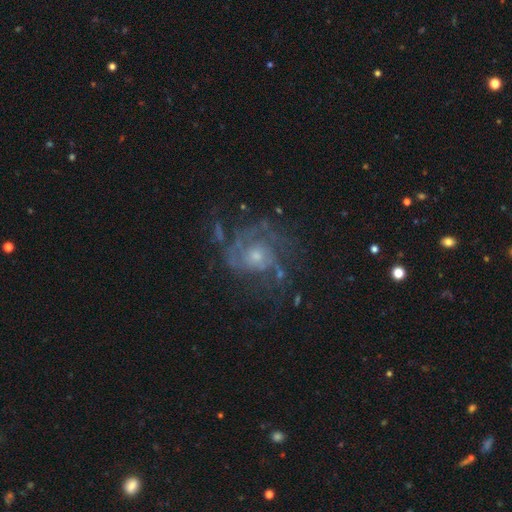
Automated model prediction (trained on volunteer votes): The model was most divided on "spiral winding": tight: 44%, medium: 40%, loose: 16%. Remaining: edge-on disk — no (98%); spiral arms — yes (88%); smooth or featured — featured or disk (80%); bar — no (78%); merging — none (59%); bulge size — small (52%); spiral arm count — can't tell (34%).